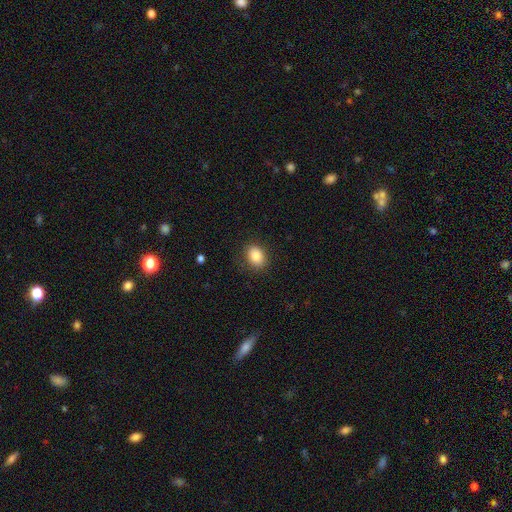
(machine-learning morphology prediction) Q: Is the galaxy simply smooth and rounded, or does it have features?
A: smooth — 86%.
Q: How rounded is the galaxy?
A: in between — 70%.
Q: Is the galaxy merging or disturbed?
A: none — 85%.